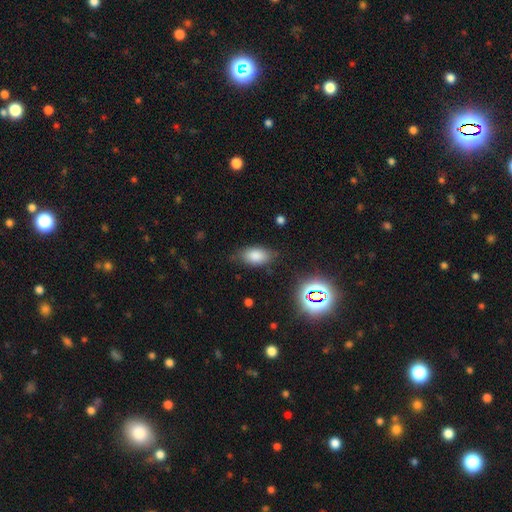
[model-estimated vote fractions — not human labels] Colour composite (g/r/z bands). It shows a smooth galaxy with no disk features (80%) that is in between round and cigar-shaped (90%). Merging: none (76%).